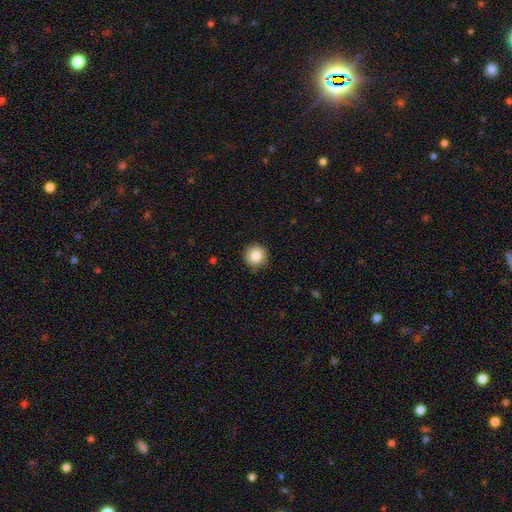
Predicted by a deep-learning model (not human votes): Smooth or featured? smooth (84%)
How rounded? round (95%)
Merging? none (88%)